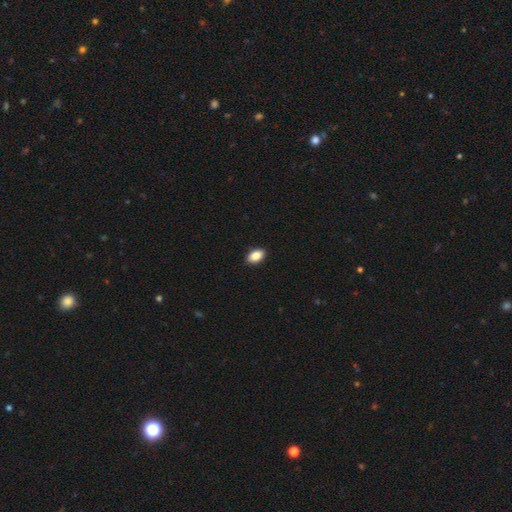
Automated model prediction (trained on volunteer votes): This is clearly a smooth galaxy (87%). How rounded: clearly in between (90%). Merging: clearly none (91%).